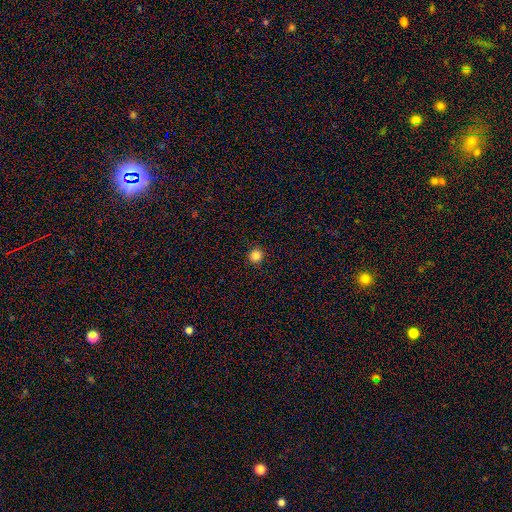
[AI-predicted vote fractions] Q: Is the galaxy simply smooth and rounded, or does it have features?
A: smooth — 85%.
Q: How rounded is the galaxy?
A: round — 95%.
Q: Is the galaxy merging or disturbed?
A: none — 92%.